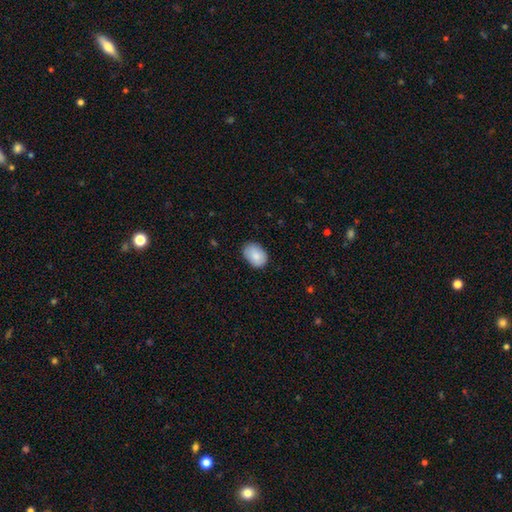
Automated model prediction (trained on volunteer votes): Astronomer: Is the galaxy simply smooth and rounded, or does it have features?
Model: smooth — 85%.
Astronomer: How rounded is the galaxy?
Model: in between — 78%.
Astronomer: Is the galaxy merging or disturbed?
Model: none — 80%.